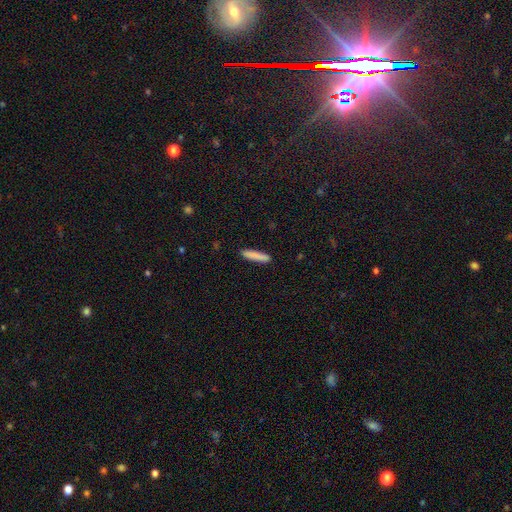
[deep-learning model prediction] Smooth or featured: smooth — 86% (featured or disk — 8%)
How rounded: cigar-shaped — 89% (in between — 10%)
Merging: none — 90% (minor disturbance — 7%)